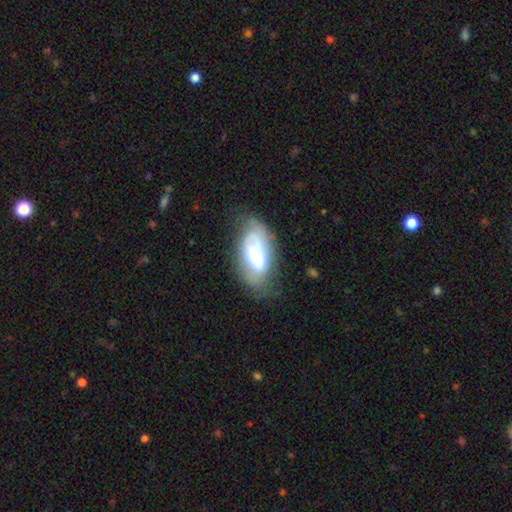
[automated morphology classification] Smooth or featured?
  - featured or disk: 49% *
  - smooth: 42%
  - star or artifact: 8%
Merging?
  - none: 53% *
  - minor disturbance: 28%
  - major disturbance: 16%
  - merger: 3%